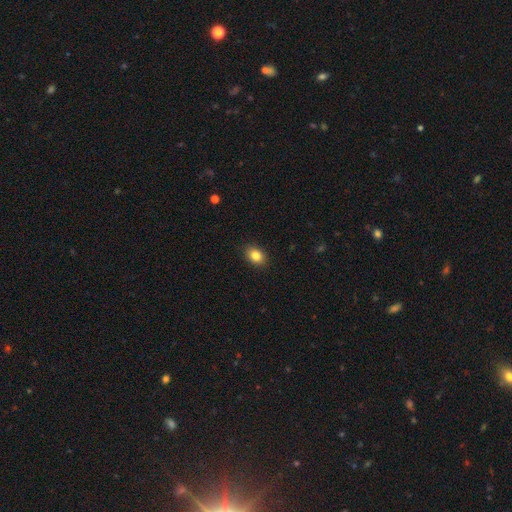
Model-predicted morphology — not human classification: A smooth galaxy with no disk features (84%) that is in between round and cigar-shaped (67%).

Vote fractions:
- Smooth or featured? smooth: 84% / star or artifact: 10% / featured or disk: 6%
- How rounded? in between: 67% / round: 32% / cigar-shaped: 1%
- Merging? none: 89% / minor disturbance: 8% / major disturbance: 2% / merger: 1%